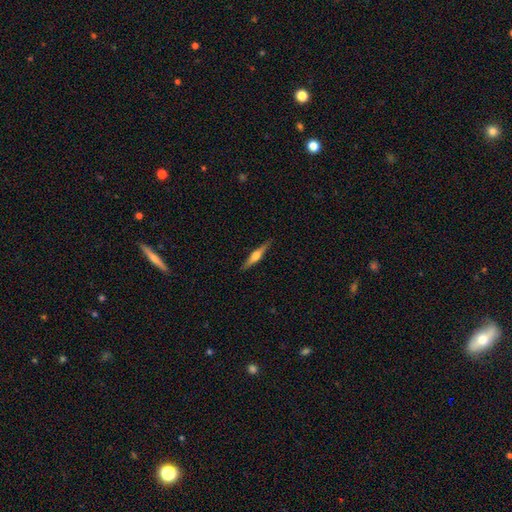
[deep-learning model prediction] Smooth or featured? featured or disk (70%)
Edge-on disk? yes (98%)
Edge-on bulge? rounded (91%)
Merging? none (91%)